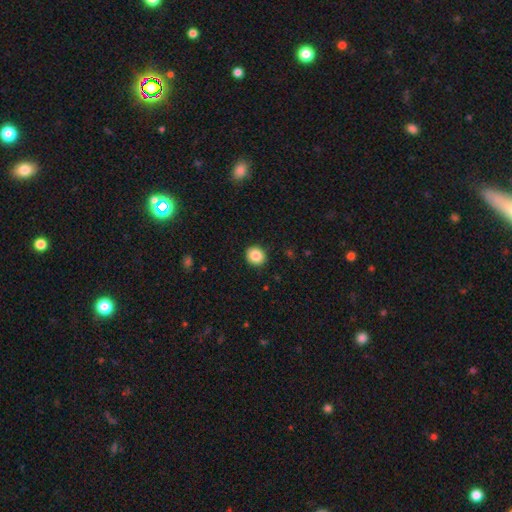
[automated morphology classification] Smooth or featured?
  - smooth: 86% *
  - star or artifact: 9%
  - featured or disk: 5%
How rounded?
  - round: 89% *
  - in between: 10%
  - cigar-shaped: 1%
Merging?
  - none: 92% *
  - minor disturbance: 6%
  - major disturbance: 2%
  - merger: 1%